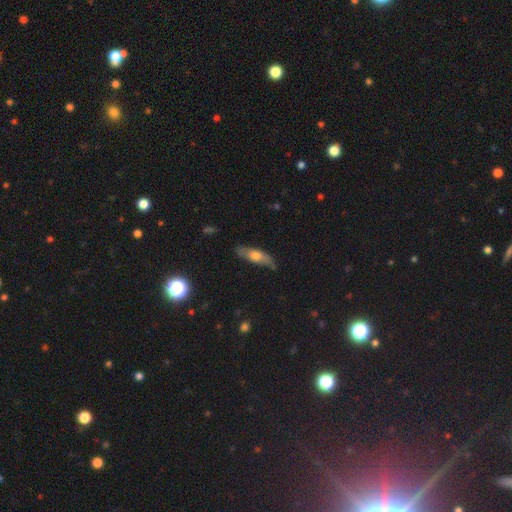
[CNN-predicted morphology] Overall: smooth (53%; featured or disk 40%). How rounded: cigar-shaped (59%; in between 38%). Merging: none (73%).